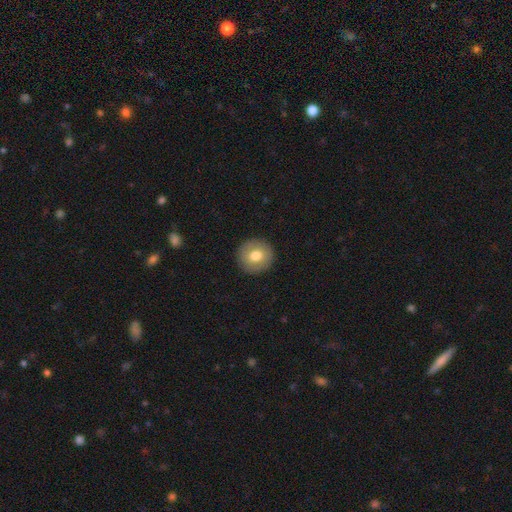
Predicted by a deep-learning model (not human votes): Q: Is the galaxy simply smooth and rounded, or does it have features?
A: smooth — 72%.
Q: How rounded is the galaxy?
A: round — 94%.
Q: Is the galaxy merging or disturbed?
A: none — 92%.